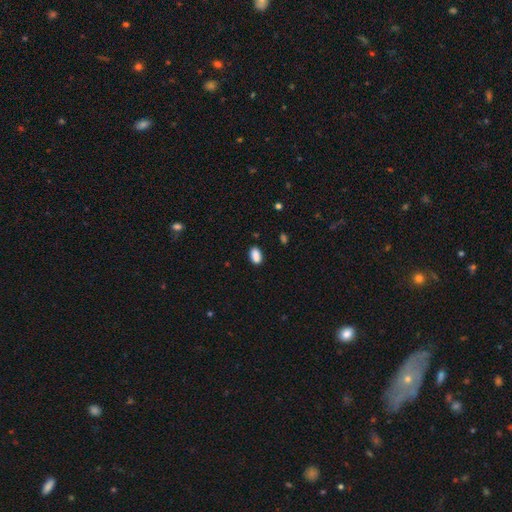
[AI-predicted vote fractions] smooth 89%, star or artifact 8%, featured or disk 3%. Down the decision tree: how rounded — in between (91%); merging — none (85%).